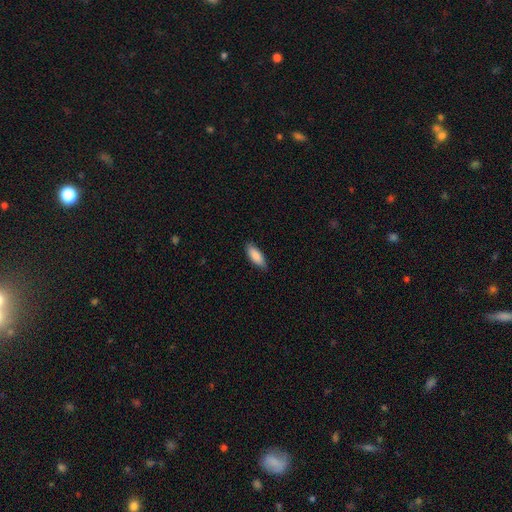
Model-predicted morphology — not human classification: smooth 89%, featured or disk 6%, star or artifact 6%. Down the decision tree: how rounded — in between (73%); merging — none (83%).